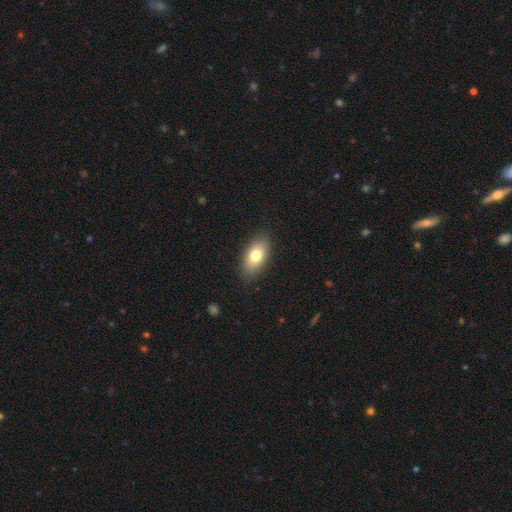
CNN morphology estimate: Q: Smooth or featured?
A: smooth (76%); runner-up: featured or disk (17%)
Q: How rounded?
A: in between (88%); runner-up: cigar-shaped (6%)
Q: Merging?
A: none (86%); runner-up: minor disturbance (11%)